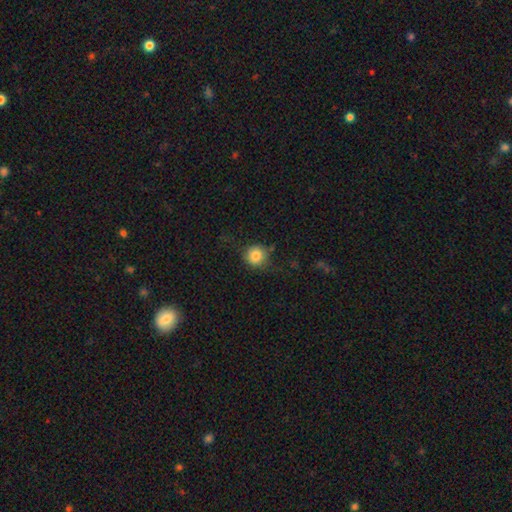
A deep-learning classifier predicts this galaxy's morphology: smooth 82%, star or artifact 10%, featured or disk 8%. Down the decision tree: how rounded — round (90%); merging — none (74%).